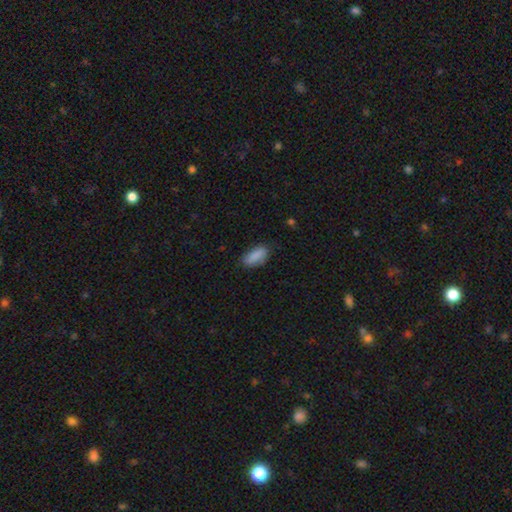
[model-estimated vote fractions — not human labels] This appears to be a smooth galaxy with no disk features (87%) that is in between round and cigar-shaped (83%). Merging: none (76%).